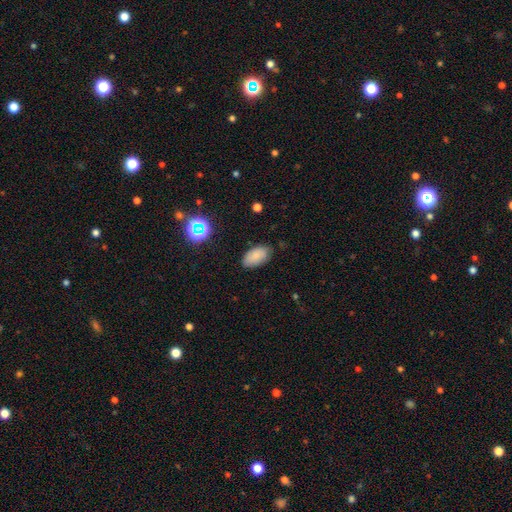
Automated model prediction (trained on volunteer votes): Morphology: type=smooth (81%); roundness=in between (93%); merging=none (80%).